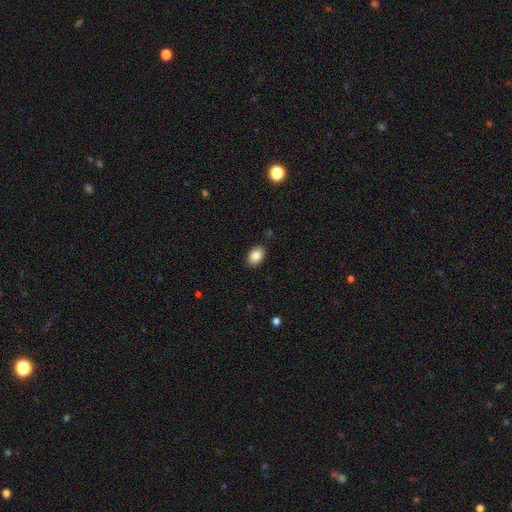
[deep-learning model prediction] Smooth or featured? Predicted: smooth (p=0.86). How rounded? Predicted: in between (p=0.83). Merging? Predicted: none (p=0.88).